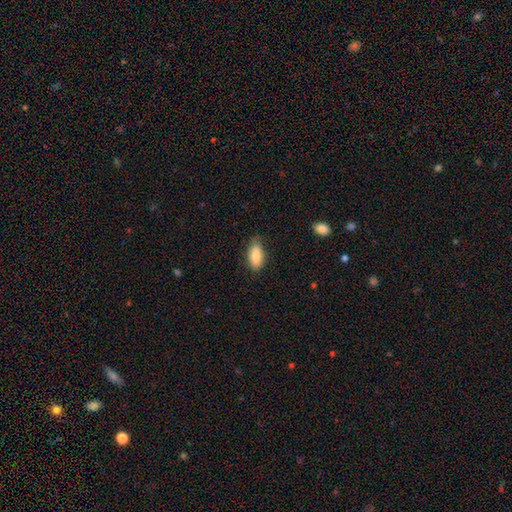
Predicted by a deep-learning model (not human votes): Smooth or featured: smooth — 83% (featured or disk — 10%)
How rounded: in between — 84% (cigar-shaped — 14%)
Merging: none — 76% (minor disturbance — 20%)